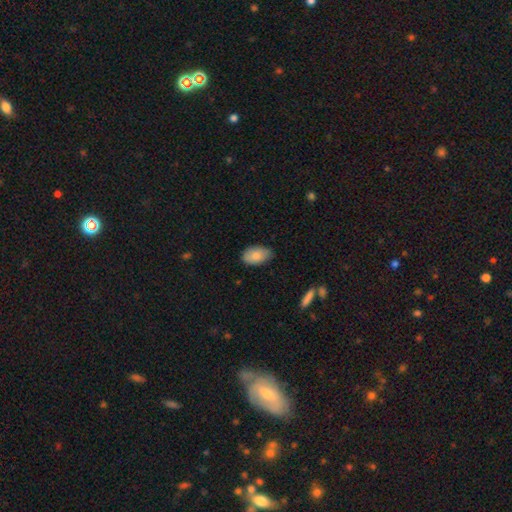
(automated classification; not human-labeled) Overall: smooth (83%). How rounded: in between (92%). Merging: none (77%).